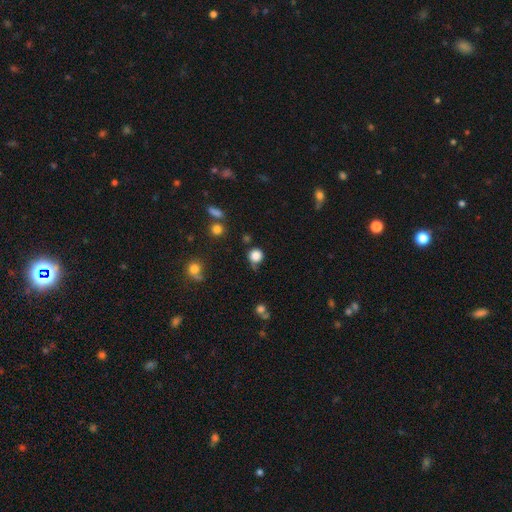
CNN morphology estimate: Smooth or featured? Predicted: smooth (p=0.83). How rounded? Predicted: round (p=0.92). Merging? Predicted: none (p=0.71).